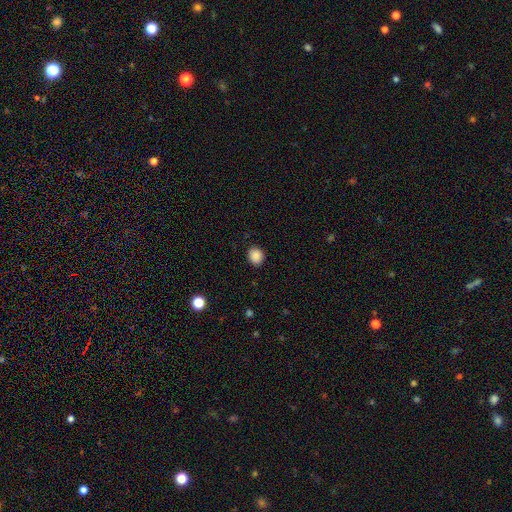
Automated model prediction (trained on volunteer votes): Overall: smooth (88%). How rounded: round (70%; in between 30%). Merging: none (89%).